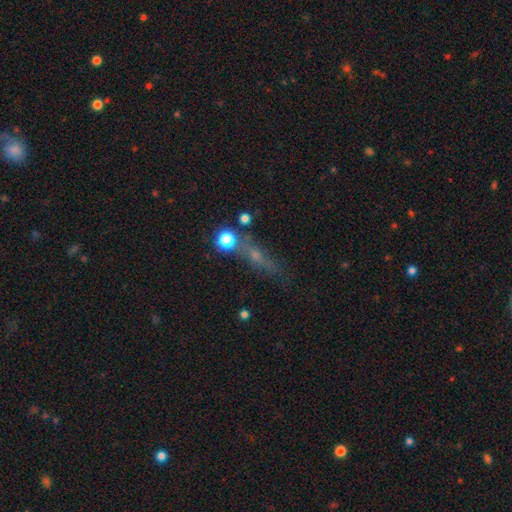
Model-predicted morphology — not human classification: Smooth or featured?
  - smooth: 38% *
  - featured or disk: 31%
  - star or artifact: 31%
Merging?
  - none: 61% *
  - merger: 15%
  - minor disturbance: 14%
  - major disturbance: 9%